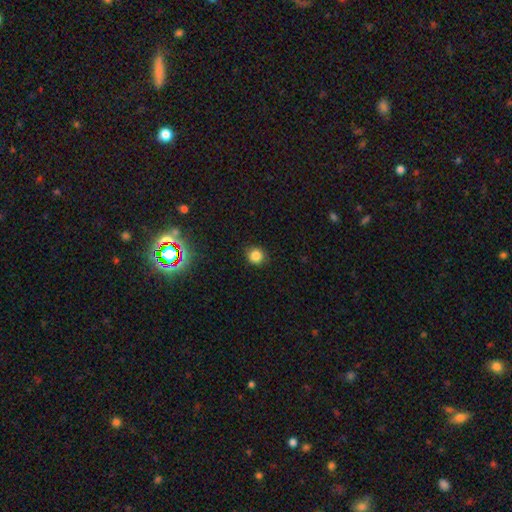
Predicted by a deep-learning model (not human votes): A smooth galaxy with no disk features (83%) that is round (88%). Merging: none (89%).